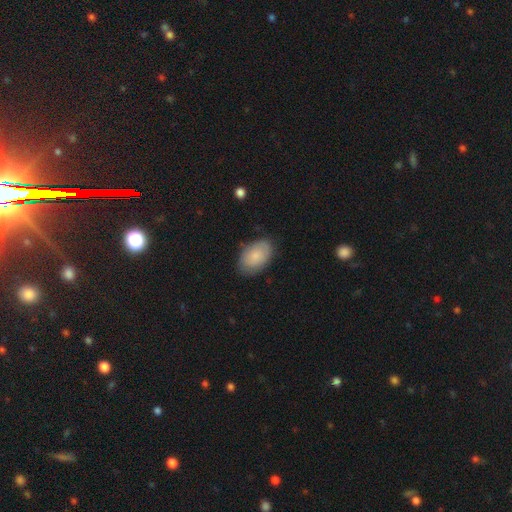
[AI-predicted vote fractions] This appears to be a smooth galaxy with no disk features (80%) that is in between round and cigar-shaped (91%). Merging: none (80%).